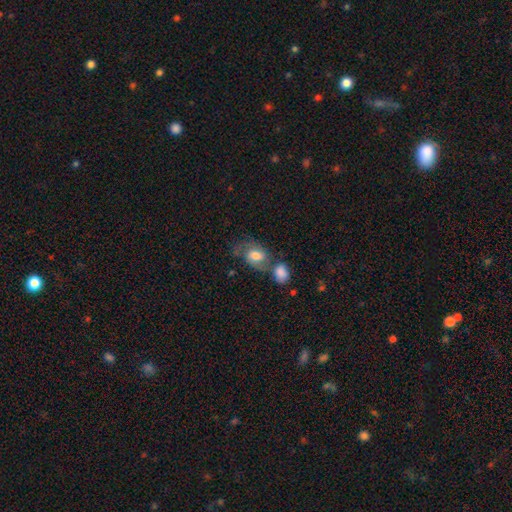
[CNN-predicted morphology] A smooth galaxy with no disk features (52%) that is in between round and cigar-shaped (72%). Merging: merger (35%, tied with none).